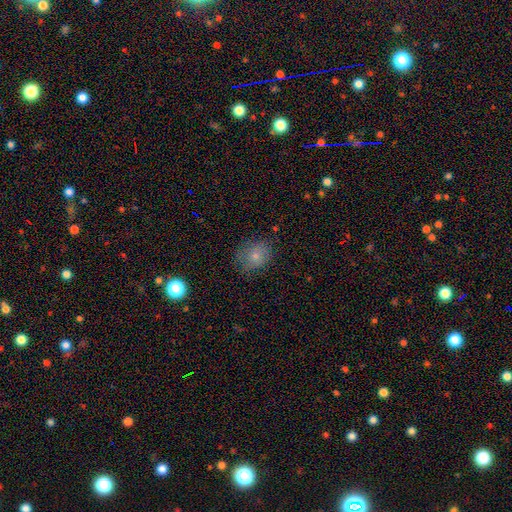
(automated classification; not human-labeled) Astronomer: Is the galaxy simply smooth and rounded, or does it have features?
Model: smooth — 76%.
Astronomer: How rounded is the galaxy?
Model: round — 57% (runner-up: in between, 42%).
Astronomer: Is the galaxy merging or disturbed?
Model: none — 72%.